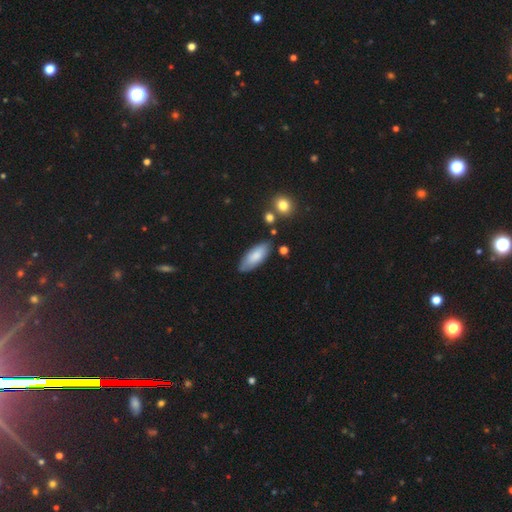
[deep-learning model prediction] A smooth galaxy with no disk features (79%) that is in between round and cigar-shaped (77%).

Vote fractions:
- Smooth or featured? smooth: 79% / featured or disk: 15% / star or artifact: 6%
- How rounded? in between: 77% / cigar-shaped: 21% / round: 2%
- Merging? none: 80% / minor disturbance: 14% / merger: 3% / major disturbance: 3%